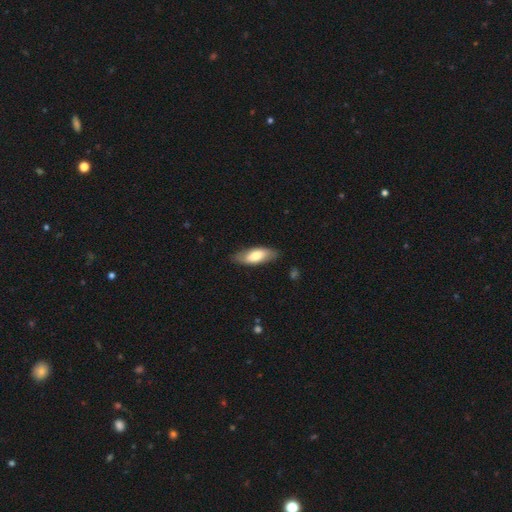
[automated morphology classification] smooth_or_featured: smooth (p=0.70) [alt: featured or disk p=0.25]
how_rounded: in between (p=0.73) [alt: cigar-shaped p=0.25]
merging: none (p=0.80) [alt: minor disturbance p=0.15]